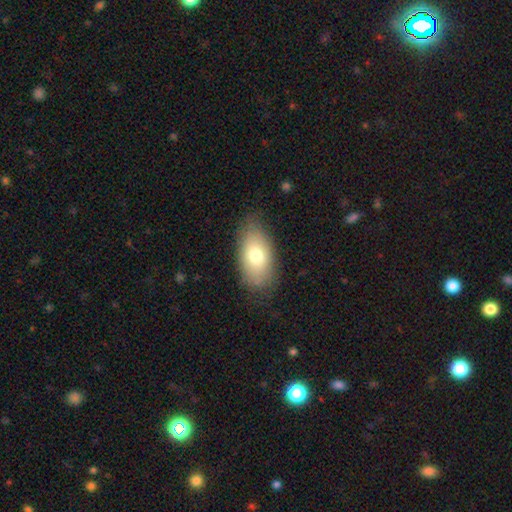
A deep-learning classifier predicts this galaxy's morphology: type=smooth (76%); roundness=in between (92%); merging=none (79%).